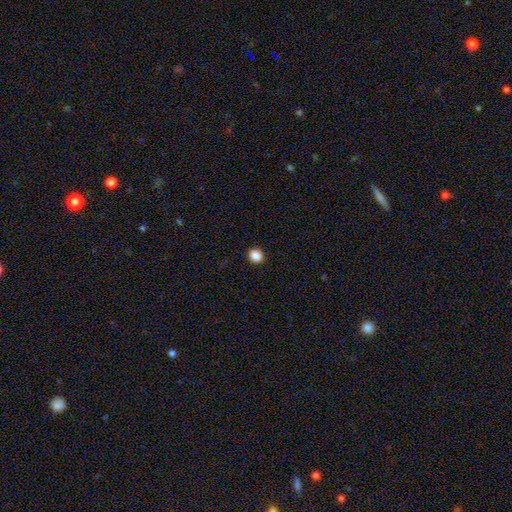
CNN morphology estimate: smooth 87%, star or artifact 11%, featured or disk 3%. Down the decision tree: how rounded — round (84%); merging — none (92%).